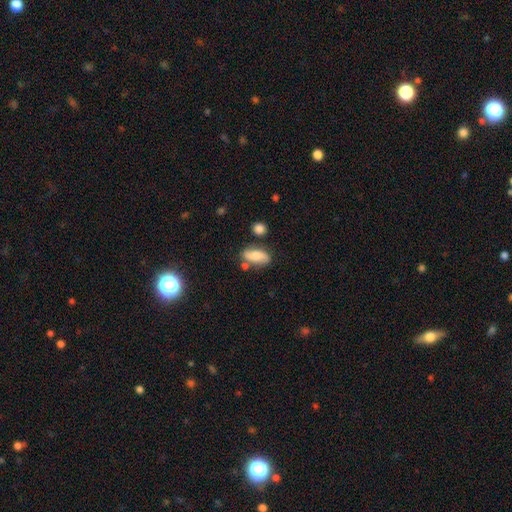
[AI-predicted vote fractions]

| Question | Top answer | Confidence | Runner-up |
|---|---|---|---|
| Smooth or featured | smooth | 57% | featured or disk (34%) |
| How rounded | in between | 84% | cigar-shaped (10%) |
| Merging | none | 64% | minor disturbance (20%) |